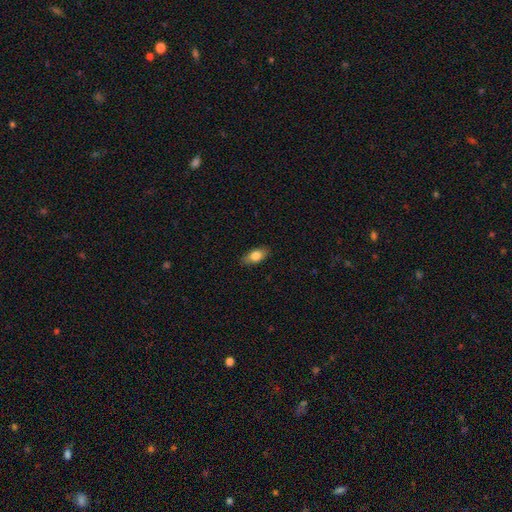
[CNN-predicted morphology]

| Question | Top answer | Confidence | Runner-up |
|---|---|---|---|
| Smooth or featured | smooth | 79% | featured or disk (14%) |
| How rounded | in between | 86% | cigar-shaped (9%) |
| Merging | none | 86% | minor disturbance (11%) |